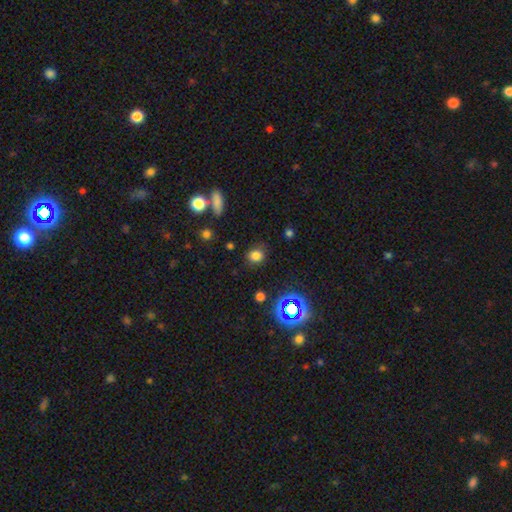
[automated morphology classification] The model was most divided on "how rounded": round: 69%, in between: 30%, cigar-shaped: 1%. More confident: merging — none (80%); smooth or featured — smooth (76%).